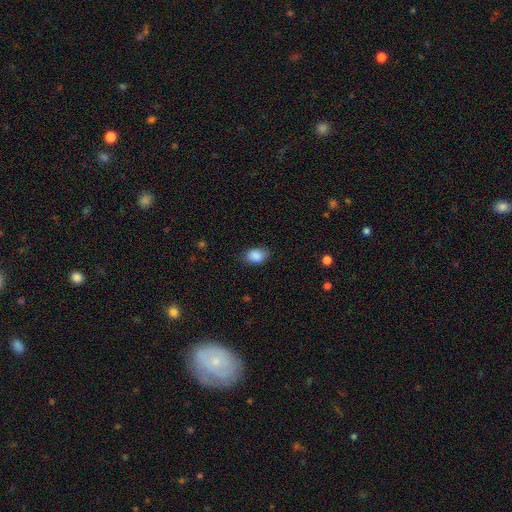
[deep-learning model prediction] Overall: smooth (88%). How rounded: in between (81%). Merging: none (79%).